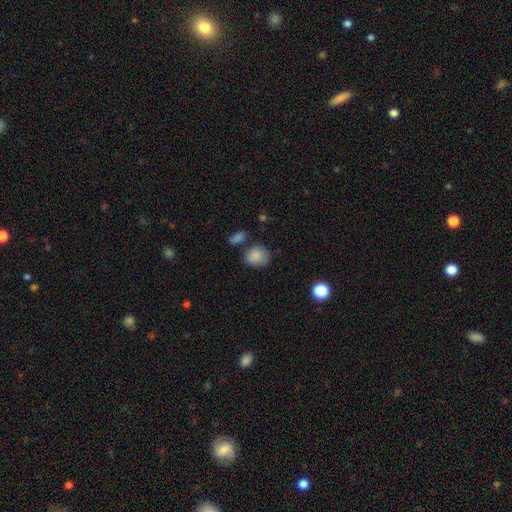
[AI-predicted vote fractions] Morphology: type=smooth (86%); roundness=round (61%); merging=none (65%).